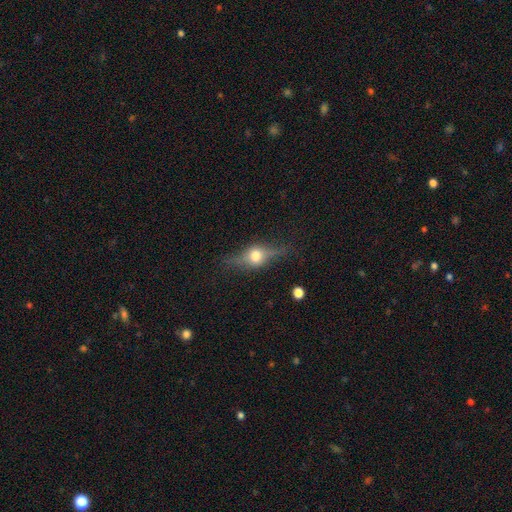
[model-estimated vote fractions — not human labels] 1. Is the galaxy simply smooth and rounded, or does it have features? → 65% featured or disk, 25% smooth, 10% star or artifact.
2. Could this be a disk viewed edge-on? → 91% yes, 9% no.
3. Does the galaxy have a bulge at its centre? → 96% rounded, 3% boxy, 1% none.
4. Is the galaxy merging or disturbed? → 77% none, 15% minor disturbance, 6% major disturbance, 2% merger.